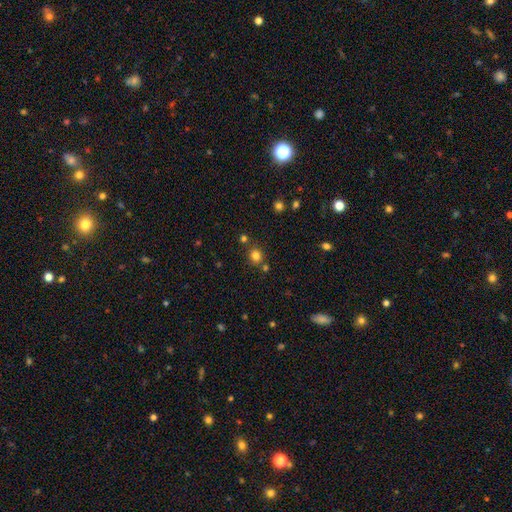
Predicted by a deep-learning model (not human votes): Smooth or featured? smooth (79%)
How rounded? round (83%)
Merging? none (77%)